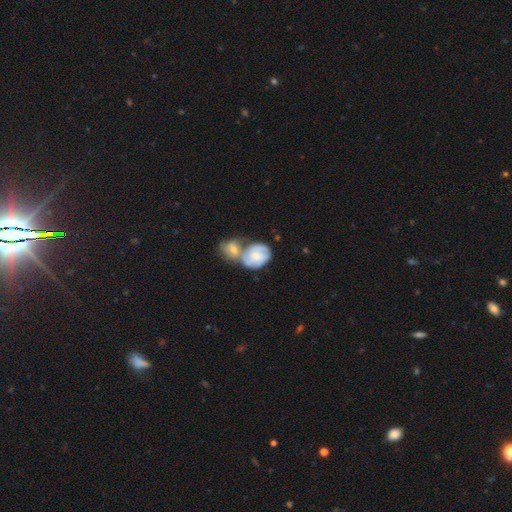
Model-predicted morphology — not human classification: The model was most divided on "smooth or featured": featured or disk: 52%, smooth: 42%, star or artifact: 7%. More confident: edge-on disk — no (97%); spiral arms — yes (75%); bar — no (72%); merging — merger (64%); bulge size — small (52%).